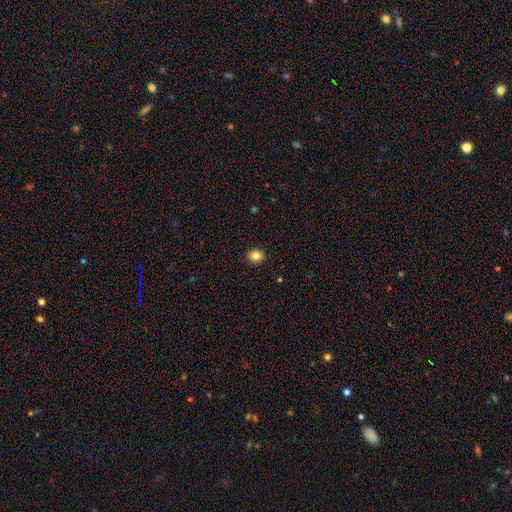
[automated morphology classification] smooth 84%, star or artifact 11%, featured or disk 5%. Down the decision tree: how rounded — round (71%); merging — none (92%).